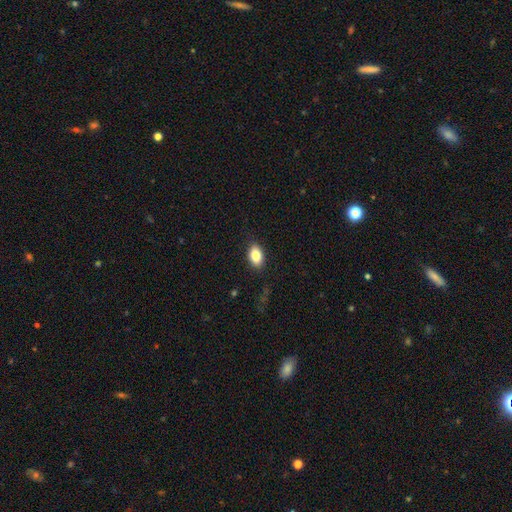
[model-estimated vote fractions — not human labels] A smooth galaxy with no disk features (82%) that is in between round and cigar-shaped (87%). Merging: none (86%).